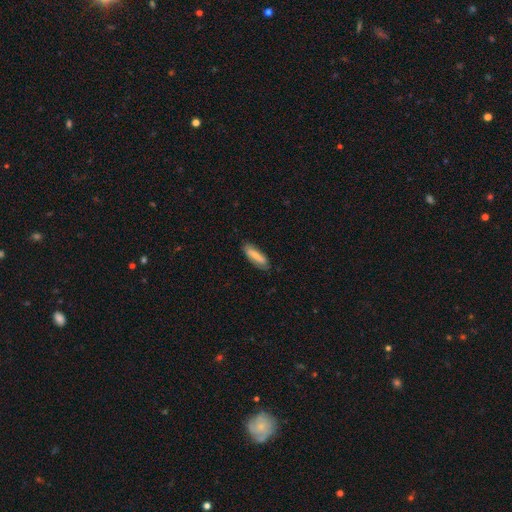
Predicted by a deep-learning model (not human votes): Smooth or featured: smooth — 75% (featured or disk — 19%)
How rounded: cigar-shaped — 53% (in between — 45%)
Merging: none — 79% (minor disturbance — 16%)